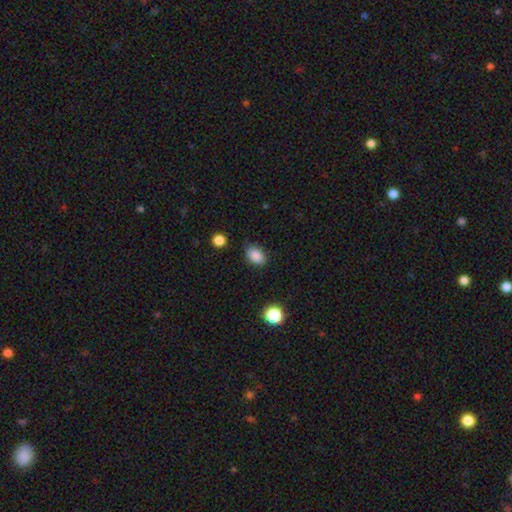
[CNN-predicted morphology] Smooth or featured? Predicted: smooth (p=0.87). How rounded? Predicted: in between (p=0.77). Merging? Predicted: none (p=0.80).